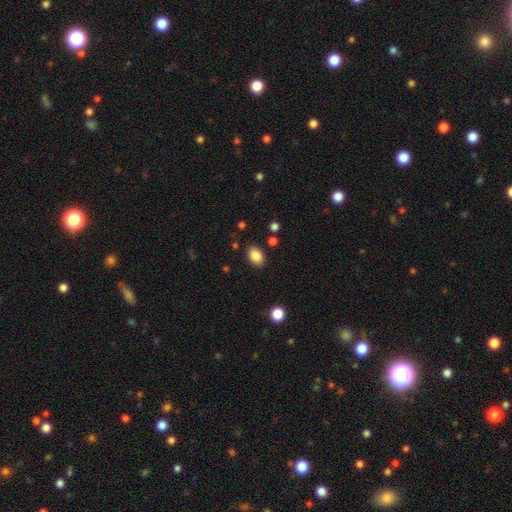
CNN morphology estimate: This appears to be a smooth galaxy with no disk features (86%) that is in between round and cigar-shaped (80%). Merging: none (86%).